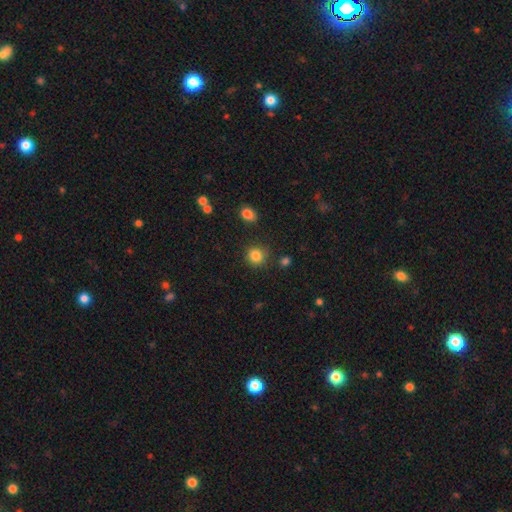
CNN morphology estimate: This is clearly a smooth galaxy (84%). How rounded: clearly round (91%). Merging: clearly none (85%).